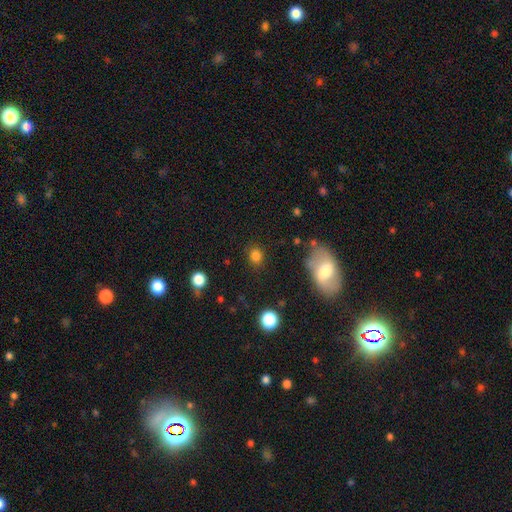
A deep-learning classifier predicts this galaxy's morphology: type=smooth (80%); roundness=round (73%); merging=none (82%).